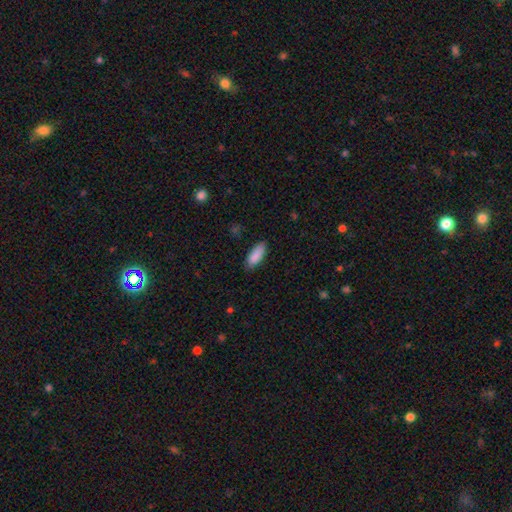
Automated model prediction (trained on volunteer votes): A smooth galaxy with no disk features (89%) that is in between round and cigar-shaped (75%).

Vote fractions:
- Smooth or featured? smooth: 89% / star or artifact: 6% / featured or disk: 5%
- How rounded? in between: 75% / cigar-shaped: 23% / round: 2%
- Merging? none: 79% / minor disturbance: 17% / major disturbance: 3% / merger: 1%